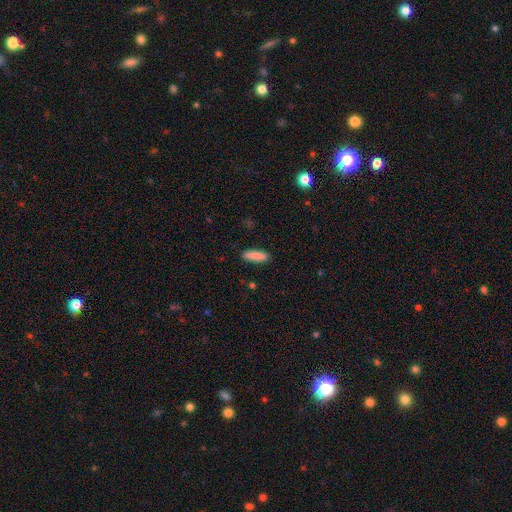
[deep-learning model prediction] Smooth or featured: smooth — 88% (featured or disk — 6%)
How rounded: cigar-shaped — 62% (in between — 37%)
Merging: none — 88% (minor disturbance — 9%)